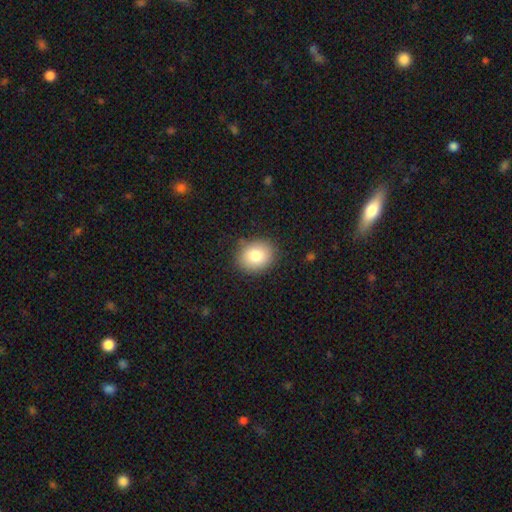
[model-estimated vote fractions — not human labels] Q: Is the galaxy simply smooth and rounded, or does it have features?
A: smooth — 82%.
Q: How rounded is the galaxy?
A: round — 57%.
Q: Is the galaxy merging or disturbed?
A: none — 85%.